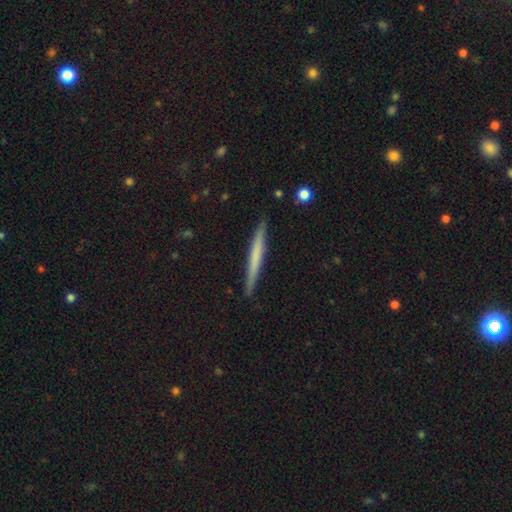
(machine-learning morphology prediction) Smooth or featured? Predicted: smooth (p=0.54). How rounded? Predicted: cigar-shaped (p=0.97). Merging? Predicted: none (p=0.91).